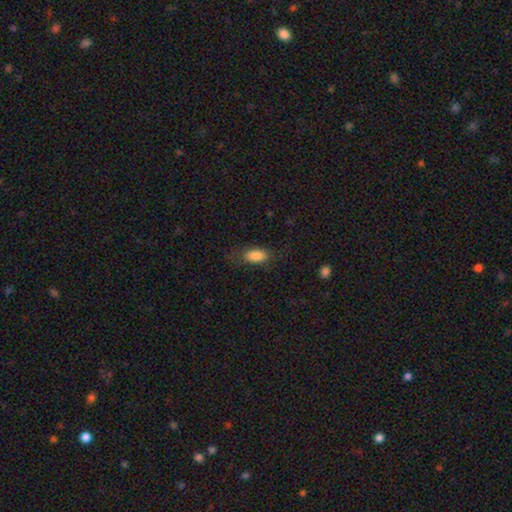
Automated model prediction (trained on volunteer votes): smooth_or_featured: smooth (p=0.85) [alt: star or artifact p=0.07]
how_rounded: in between (p=0.89) [alt: cigar-shaped p=0.08]
merging: none (p=0.72) [alt: minor disturbance p=0.18]